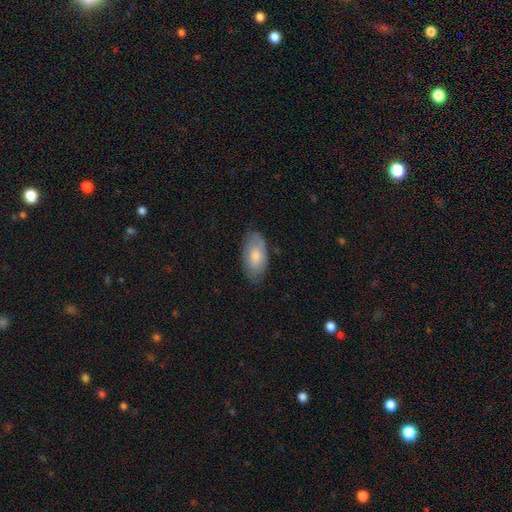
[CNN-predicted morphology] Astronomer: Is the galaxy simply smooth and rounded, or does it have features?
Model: smooth — 73%.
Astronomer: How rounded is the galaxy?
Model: in between — 94%.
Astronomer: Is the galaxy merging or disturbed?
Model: none — 74%.